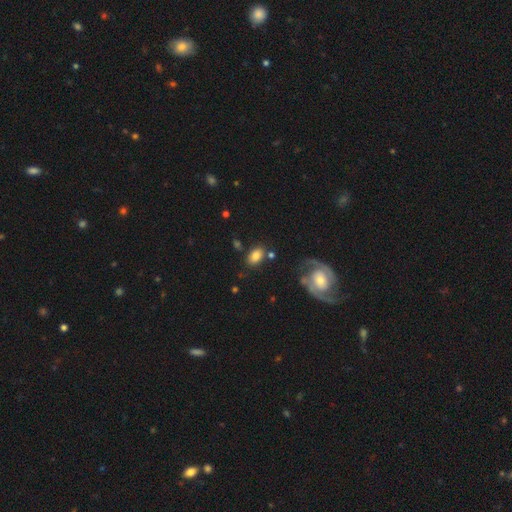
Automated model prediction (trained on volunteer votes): A smooth galaxy with no disk features (78%) that is in between round and cigar-shaped (86%). Merging: none (74%).